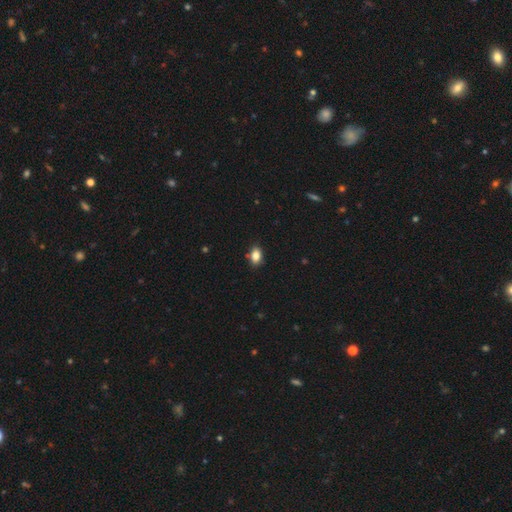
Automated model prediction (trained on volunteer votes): smooth-or-featured: smooth: 84% | star or artifact: 9% | featured or disk: 6%
  how-rounded: in between: 82% | round: 16% | cigar-shaped: 2%
  merging: none: 81% | minor disturbance: 14% | major disturbance: 2% | merger: 2%